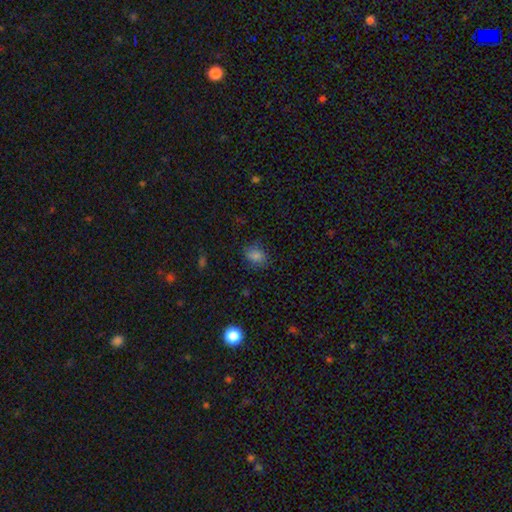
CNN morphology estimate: smooth-or-featured: smooth: 83% | star or artifact: 12% | featured or disk: 6%
  how-rounded: in between: 54% | round: 45% | cigar-shaped: 1%
  merging: none: 76% | minor disturbance: 18% | major disturbance: 5% | merger: 1%